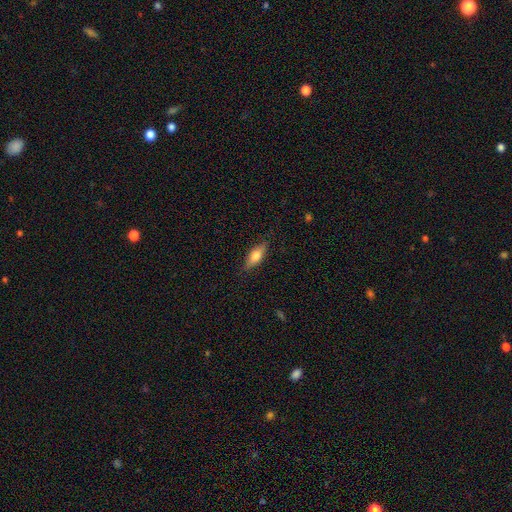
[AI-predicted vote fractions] Smooth or featured? Predicted: smooth (p=0.65). How rounded? Predicted: in between (p=0.62). Merging? Predicted: none (p=0.84).